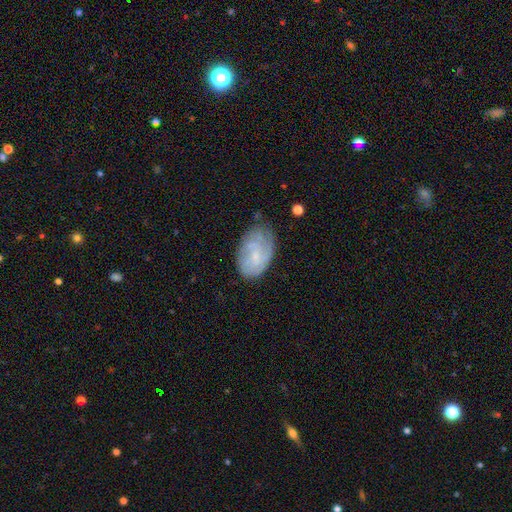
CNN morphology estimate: This appears to be a featured or disk galaxy (52%) with no bar (61%), spiral arms (76%) and a small central bulge (56%). Merging: none (54%).